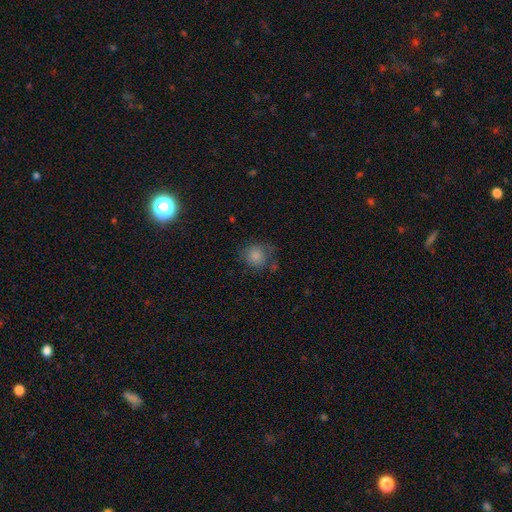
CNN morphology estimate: Smooth or featured? smooth (79%)
How rounded? round (82%)
Merging? none (56%)